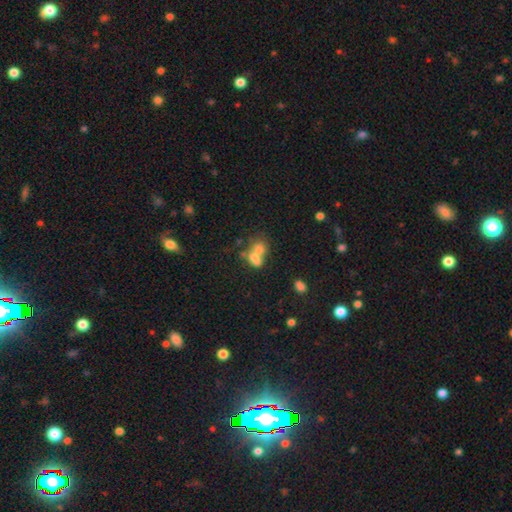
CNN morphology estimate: Smooth or featured? smooth (68%)
How rounded? in between (65%)
Merging? merger (66%)